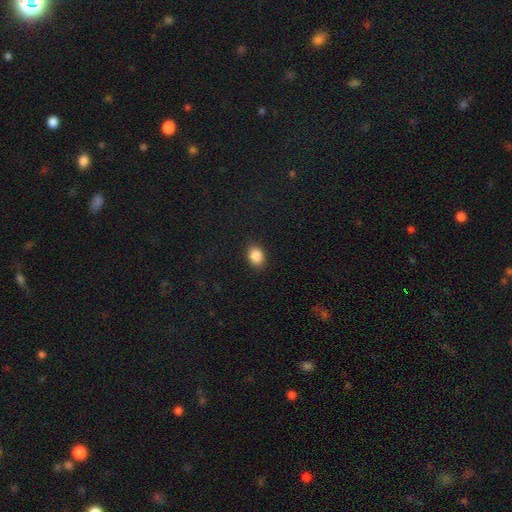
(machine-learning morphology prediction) This appears to be a smooth galaxy with no disk features (87%) that is in between round and cigar-shaped (63%). Merging: none (88%).